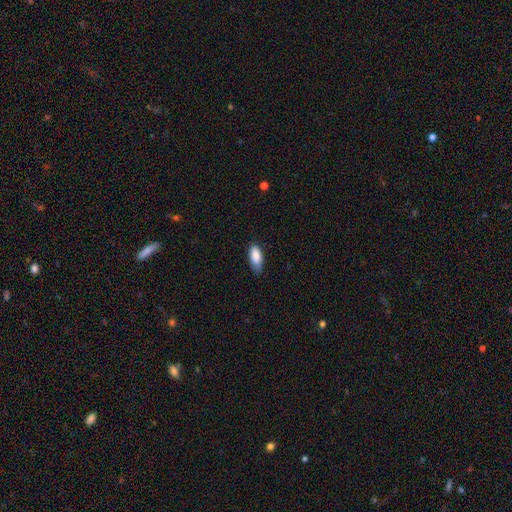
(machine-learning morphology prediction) Smooth or featured? Predicted: smooth (p=0.86). How rounded? Predicted: in between (p=0.85). Merging? Predicted: none (p=0.65).